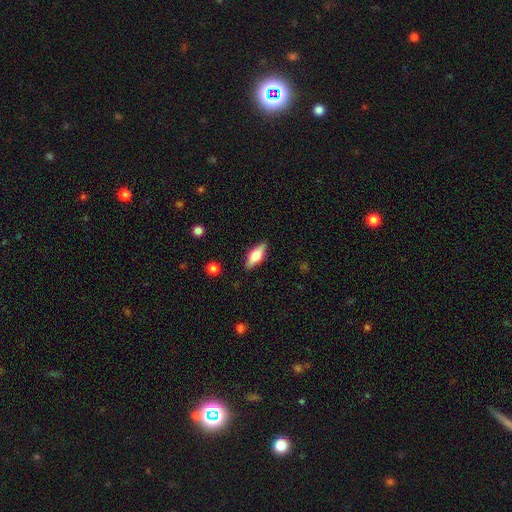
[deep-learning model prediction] smooth-or-featured: smooth: 54% | featured or disk: 40% | star or artifact: 6%
  how-rounded: in between: 62% | cigar-shaped: 36% | round: 3%
  merging: none: 88% | minor disturbance: 9% | major disturbance: 2% | merger: 1%